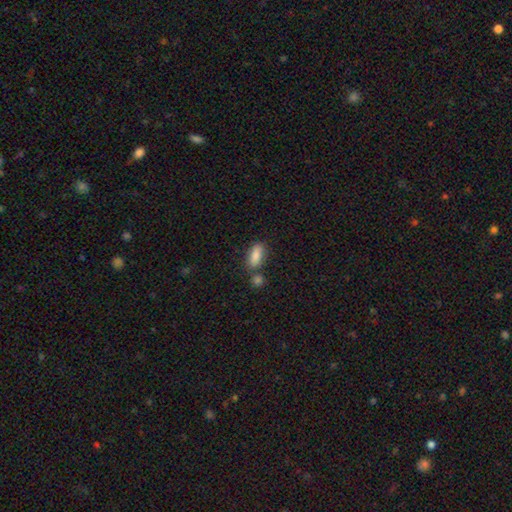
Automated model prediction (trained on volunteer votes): This is clearly a smooth galaxy (86%). How rounded: clearly in between (81%). Merging: likely none (66%).